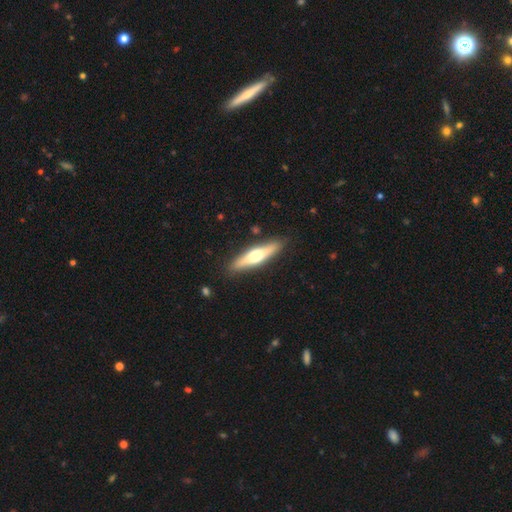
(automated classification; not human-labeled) Q: Smooth or featured?
A: featured or disk (51%); runner-up: smooth (43%)
Q: Edge-on disk?
A: yes (92%); runner-up: no (8%)
Q: Merging?
A: none (88%); runner-up: minor disturbance (9%)